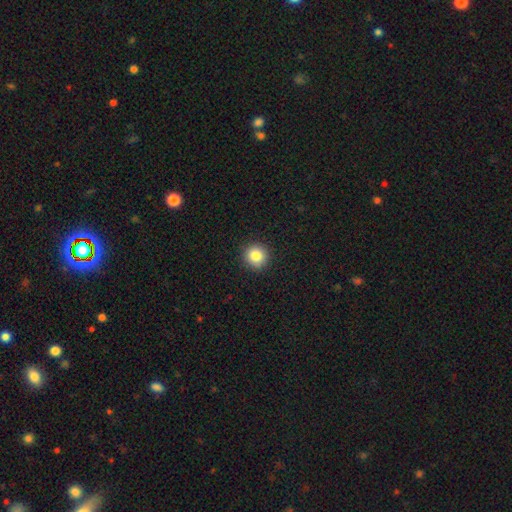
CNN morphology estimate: Overall: smooth (84%). How rounded: round (94%). Merging: none (92%).